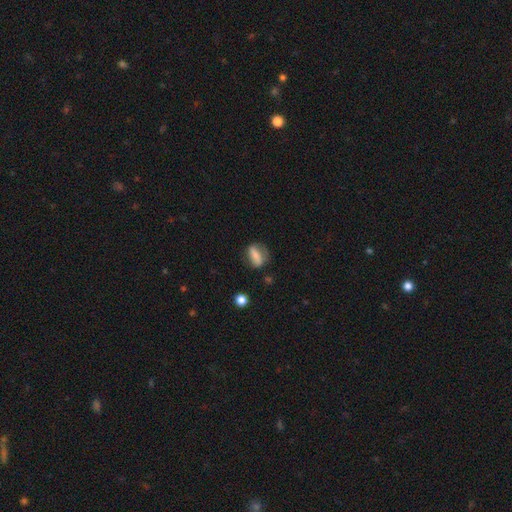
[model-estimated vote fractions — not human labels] Morphology: type=smooth (62%); roundness=in between (66%); merging=none (64%).